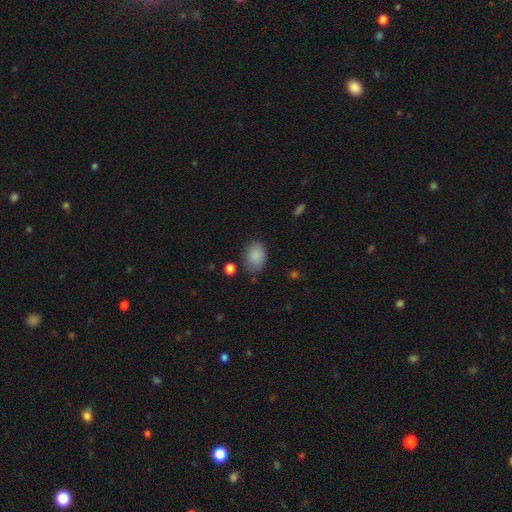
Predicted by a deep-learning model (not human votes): Smooth or featured?
  - smooth: 88% *
  - star or artifact: 7%
  - featured or disk: 4%
How rounded?
  - in between: 80% *
  - round: 19%
  - cigar-shaped: 1%
Merging?
  - none: 77% *
  - minor disturbance: 16%
  - major disturbance: 4%
  - merger: 3%